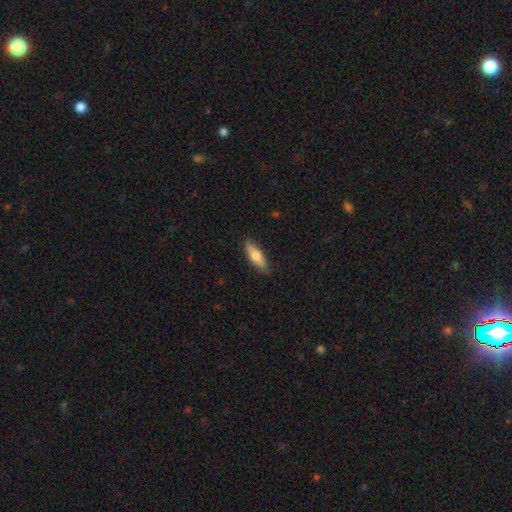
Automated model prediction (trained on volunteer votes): A smooth galaxy with no disk features (64%) that is cigar-shaped (50%). Merging: none (84%).